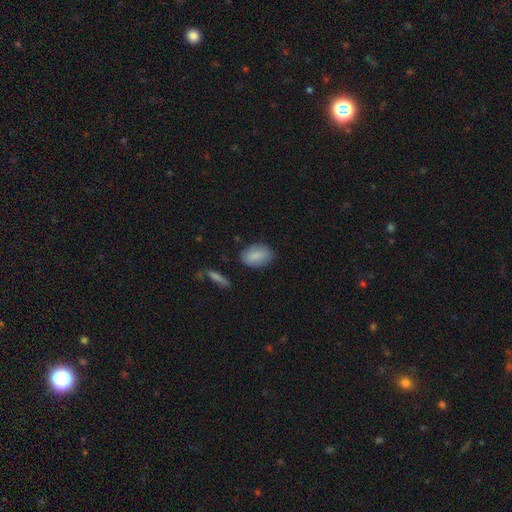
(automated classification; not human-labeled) Q: Smooth or featured?
A: smooth (84%); runner-up: featured or disk (9%)
Q: How rounded?
A: in between (88%); runner-up: round (10%)
Q: Merging?
A: none (80%); runner-up: minor disturbance (15%)